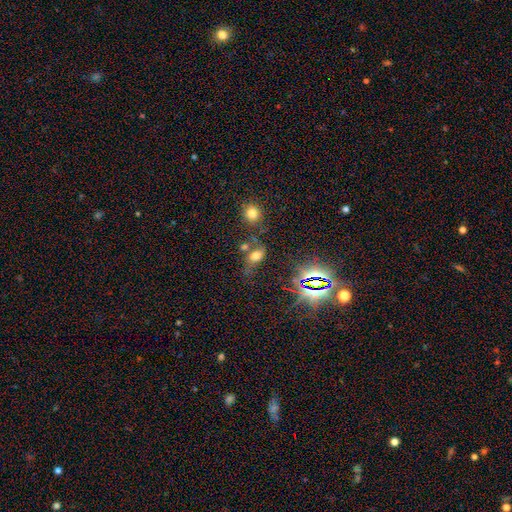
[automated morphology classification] Smooth or featured?
  - smooth: 61% *
  - star or artifact: 24%
  - featured or disk: 15%
How rounded?
  - in between: 79% *
  - round: 16%
  - cigar-shaped: 4%
Merging?
  - none: 51% *
  - minor disturbance: 19%
  - merger: 18%
  - major disturbance: 12%